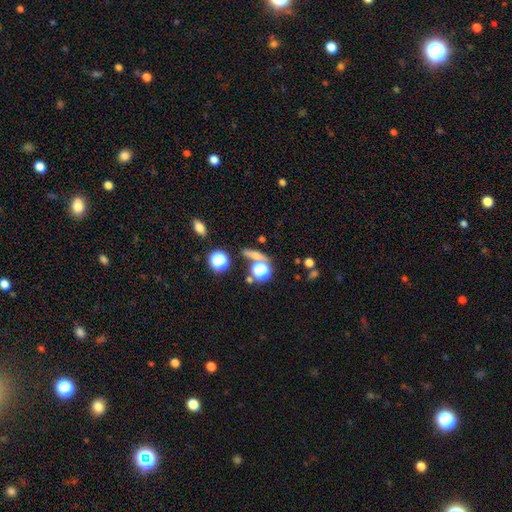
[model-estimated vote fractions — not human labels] Q: Smooth or featured?
A: smooth (53%); runner-up: star or artifact (26%)
Q: How rounded?
A: cigar-shaped (39%); runner-up: round (37%)
Q: Merging?
A: none (71%); runner-up: merger (14%)